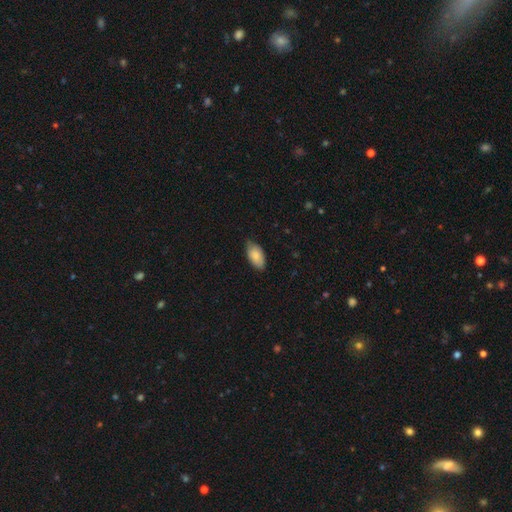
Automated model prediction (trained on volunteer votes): smooth_or_featured: smooth (p=0.84) [alt: featured or disk p=0.10]
how_rounded: in between (p=0.94) [alt: cigar-shaped p=0.03]
merging: none (p=0.76) [alt: minor disturbance p=0.21]